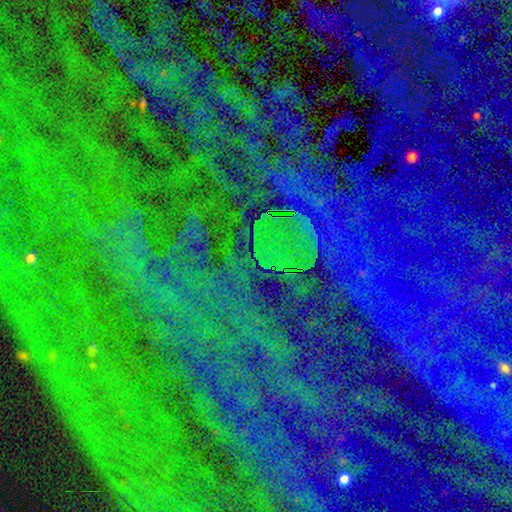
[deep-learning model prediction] smooth_or_featured: star or artifact (p=0.85) [alt: smooth p=0.08]